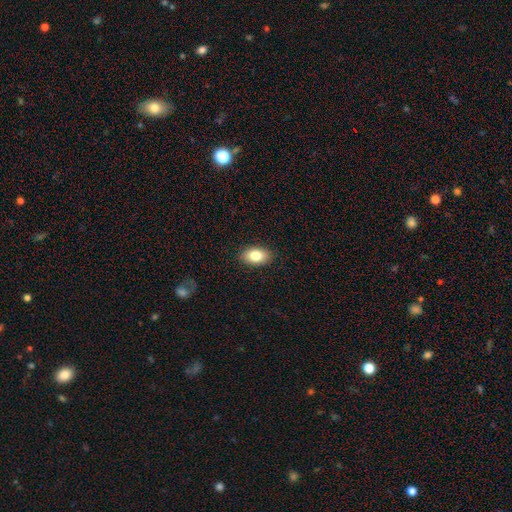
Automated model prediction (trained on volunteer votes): Smooth or featured? smooth (82%)
How rounded? in between (91%)
Merging? none (89%)